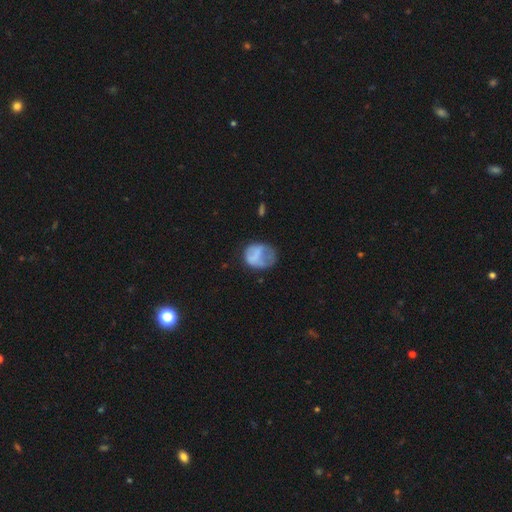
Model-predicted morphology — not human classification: Overall: smooth (64%; featured or disk 26%). How rounded: round (56%; in between 43%). Merging: none (41%; minor disturbance 30%).